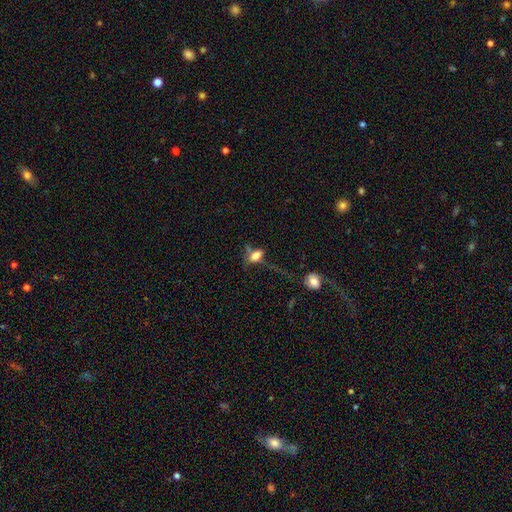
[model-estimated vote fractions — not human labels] Overall: smooth (63%). How rounded: in between (77%). Merging: none (36%; major disturbance 30%).